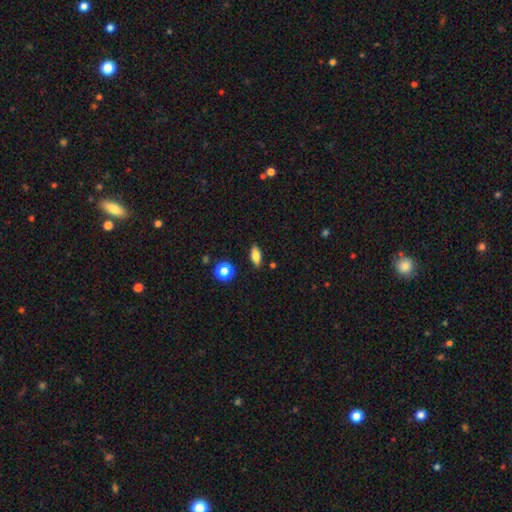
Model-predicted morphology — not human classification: smooth_or_featured: smooth (p=0.71) [alt: featured or disk p=0.19]
how_rounded: in between (p=0.75) [alt: cigar-shaped p=0.19]
merging: none (p=0.87) [alt: minor disturbance p=0.09]